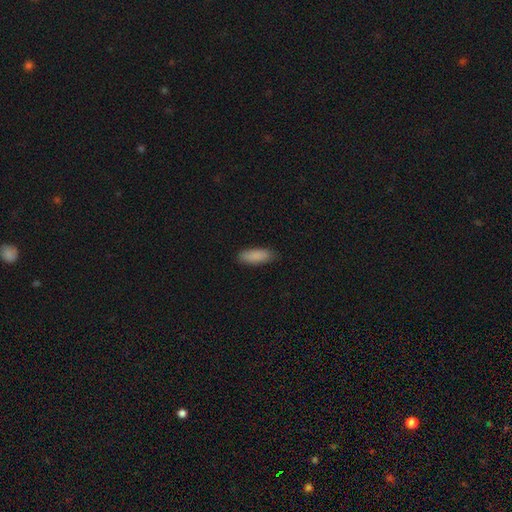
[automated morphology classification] smooth_or_featured: smooth (p=0.89) [alt: star or artifact p=0.06]
how_rounded: in between (p=0.68) [alt: cigar-shaped p=0.30]
merging: none (p=0.86) [alt: minor disturbance p=0.11]